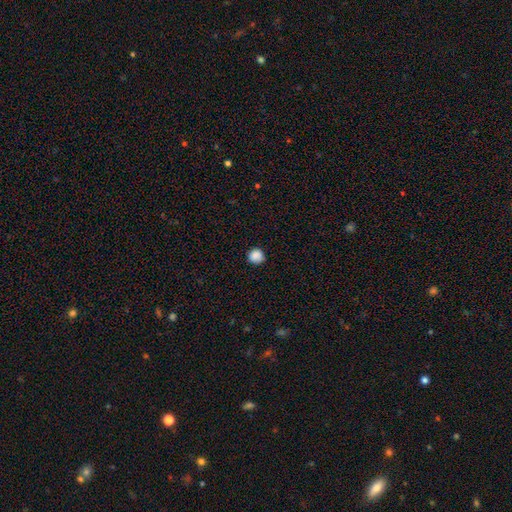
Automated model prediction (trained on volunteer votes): smooth-or-featured: smooth: 88% | star or artifact: 9% | featured or disk: 3%
  how-rounded: round: 93% | in between: 7% | cigar-shaped: 1%
  merging: none: 89% | minor disturbance: 8% | major disturbance: 2% | merger: 1%